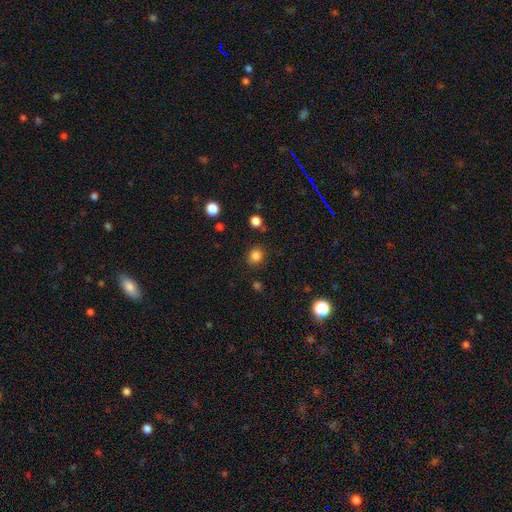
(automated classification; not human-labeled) smooth-or-featured: smooth: 83% | star or artifact: 12% | featured or disk: 5%
  how-rounded: round: 73% | in between: 26% | cigar-shaped: 1%
  merging: none: 85% | minor disturbance: 10% | major disturbance: 3% | merger: 3%